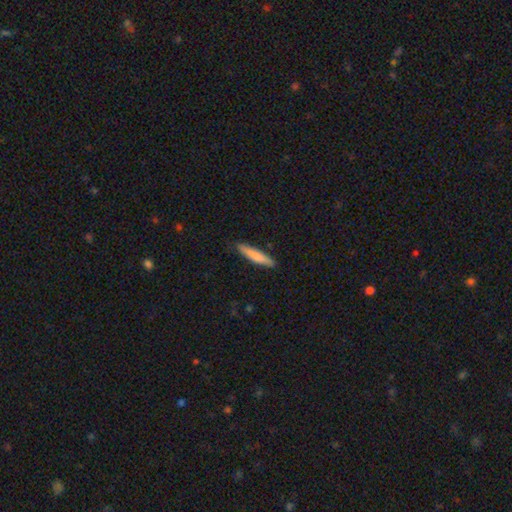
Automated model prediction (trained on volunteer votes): A smooth galaxy with no disk features (78%) that is cigar-shaped (89%).

Vote fractions:
- Smooth or featured? smooth: 78% / featured or disk: 17% / star or artifact: 5%
- How rounded? cigar-shaped: 89% / in between: 9% / round: 1%
- Merging? none: 87% / minor disturbance: 10% / major disturbance: 2% / merger: 1%